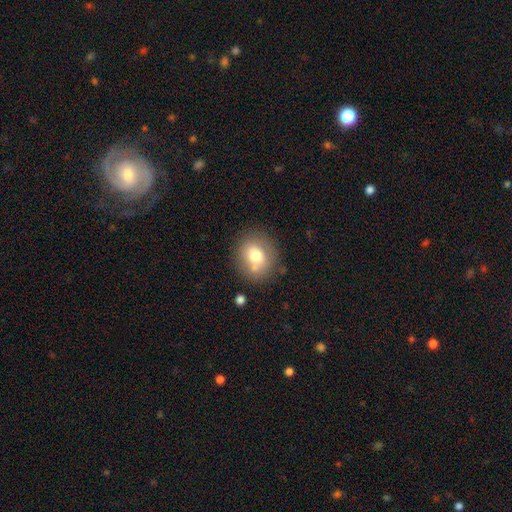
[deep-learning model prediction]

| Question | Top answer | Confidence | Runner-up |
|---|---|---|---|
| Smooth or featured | smooth | 72% | featured or disk (18%) |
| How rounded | round | 74% | in between (25%) |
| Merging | none | 70% | minor disturbance (14%) |